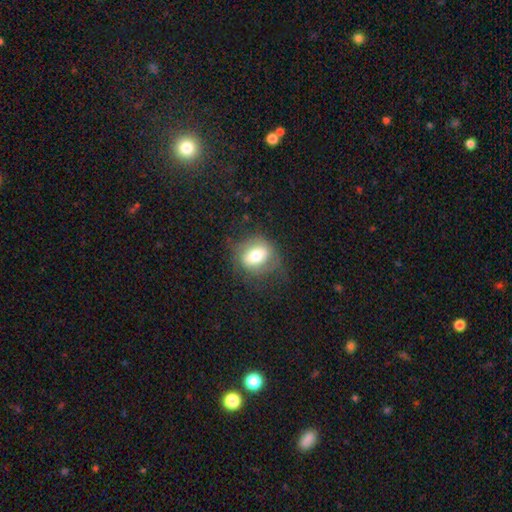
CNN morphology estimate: Smooth or featured?
  - smooth: 60% *
  - featured or disk: 30%
  - star or artifact: 9%
How rounded?
  - round: 50% *
  - in between: 48%
  - cigar-shaped: 2%
Merging?
  - none: 65% *
  - minor disturbance: 21%
  - major disturbance: 13%
  - merger: 1%